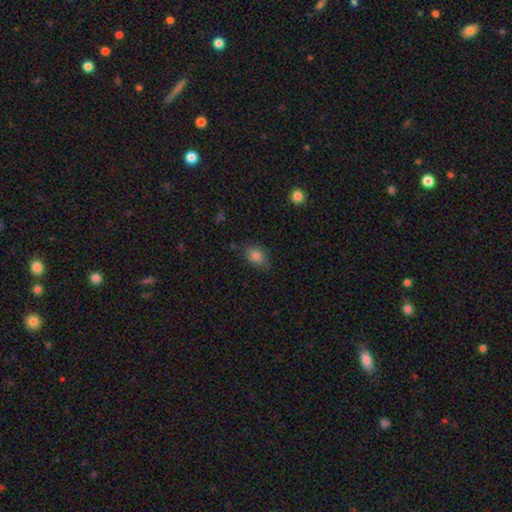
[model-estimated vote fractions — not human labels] A smooth galaxy with no disk features (83%) that is in between round and cigar-shaped (67%).

Vote fractions:
- Smooth or featured? smooth: 83% / star or artifact: 11% / featured or disk: 6%
- How rounded? in between: 67% / round: 32% / cigar-shaped: 1%
- Merging? none: 69% / minor disturbance: 24% / major disturbance: 5% / merger: 2%